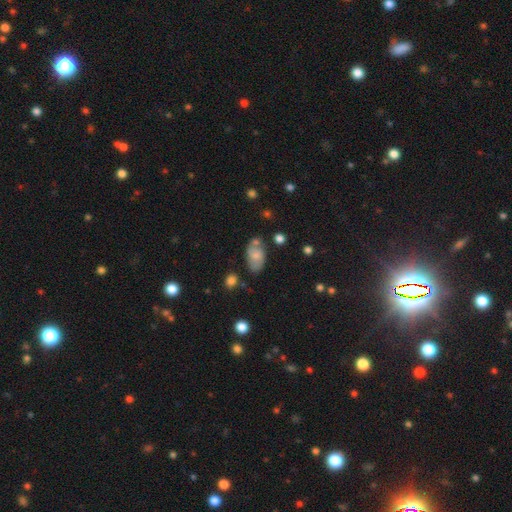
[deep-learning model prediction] A smooth galaxy with no disk features (68%) that is in between round and cigar-shaped (92%). Merging: none (60%).